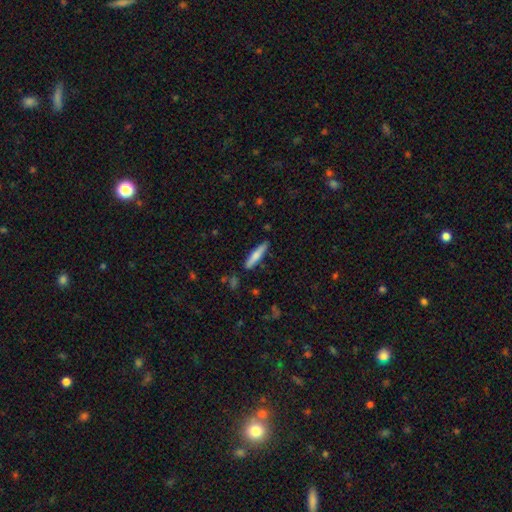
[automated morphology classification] Smooth or featured?
  - smooth: 69% *
  - featured or disk: 25%
  - star or artifact: 6%
How rounded?
  - cigar-shaped: 86% *
  - in between: 13%
  - round: 1%
Merging?
  - none: 83% *
  - minor disturbance: 12%
  - major disturbance: 2%
  - merger: 2%